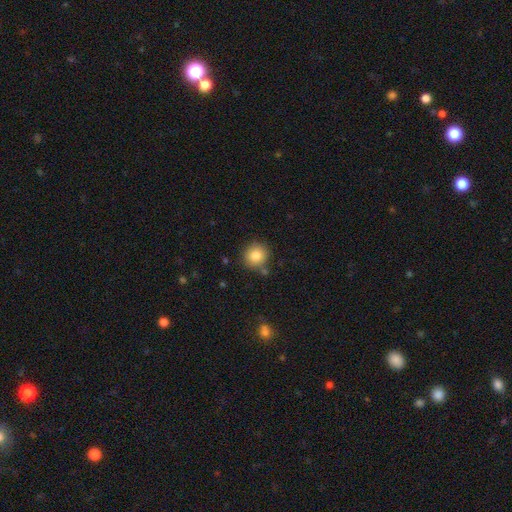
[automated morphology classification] Smooth or featured? smooth (83%)
How rounded? round (92%)
Merging? none (80%)